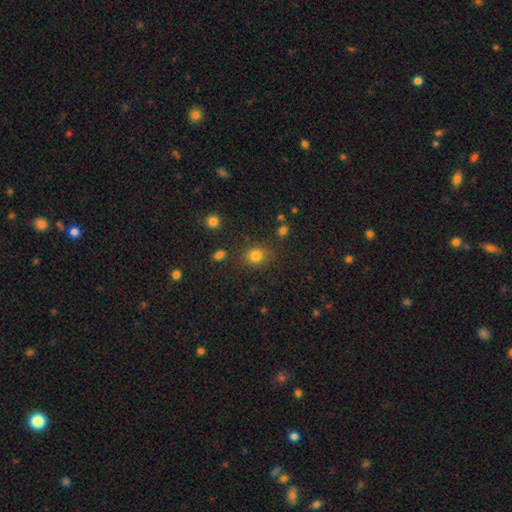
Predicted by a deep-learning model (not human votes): The model was most divided on "how rounded": round: 72%, in between: 27%, cigar-shaped: 1%. More confident: merging — none (81%); smooth or featured — smooth (80%).